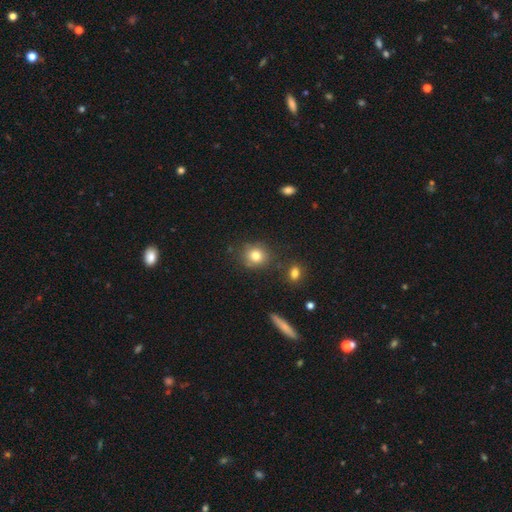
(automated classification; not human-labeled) The model was most divided on "how rounded": round: 81%, in between: 18%, cigar-shaped: 1%. More confident: smooth or featured — smooth (81%); merging — none (79%).